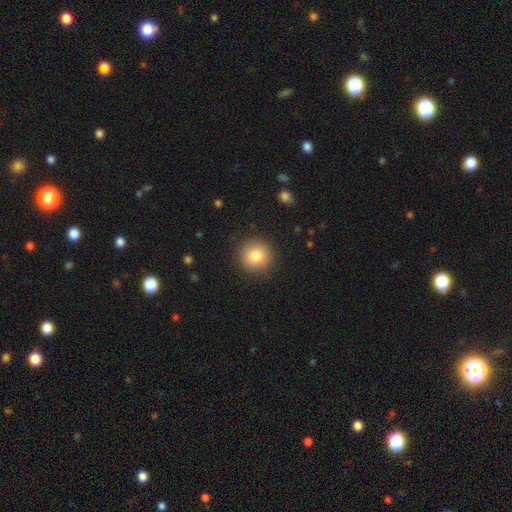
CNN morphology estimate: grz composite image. It shows a smooth galaxy with no disk features (81%) that is round (95%). Merging: none (90%).